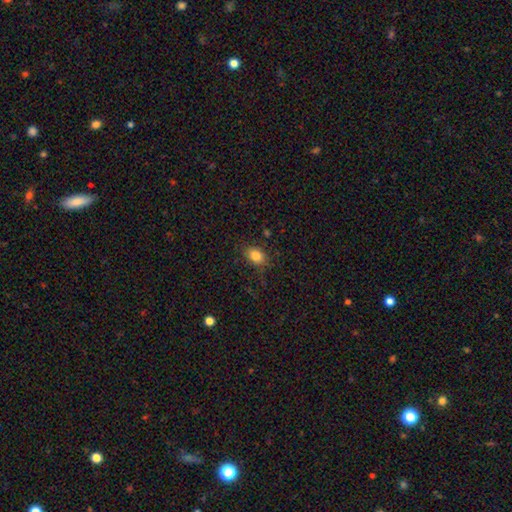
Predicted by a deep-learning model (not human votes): Smooth or featured: smooth — 83% (star or artifact — 10%)
How rounded: in between — 73% (round — 25%)
Merging: none — 80% (minor disturbance — 14%)